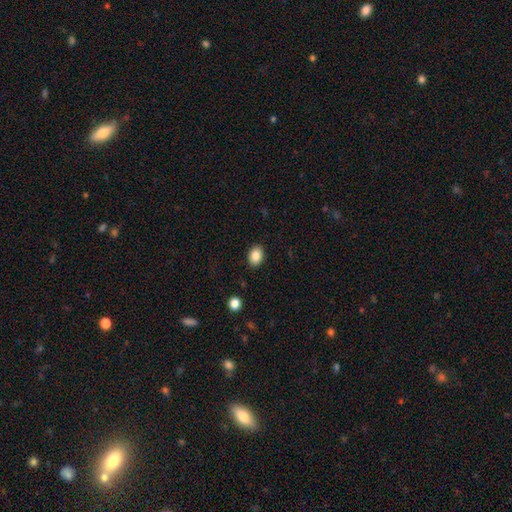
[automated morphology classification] smooth_or_featured: smooth (p=0.86) [alt: star or artifact p=0.09]
how_rounded: in between (p=0.75) [alt: round p=0.24]
merging: none (p=0.88) [alt: minor disturbance p=0.09]